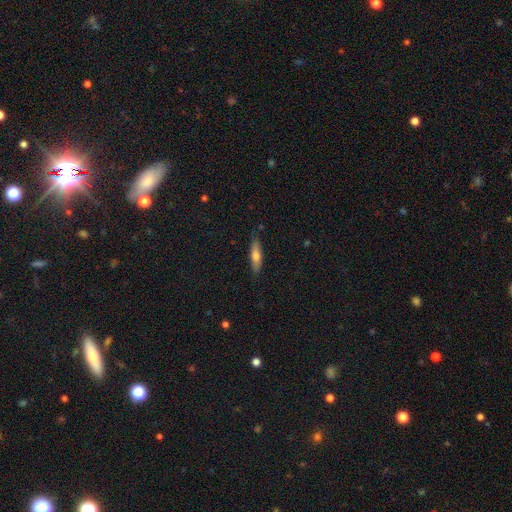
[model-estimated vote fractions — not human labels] A smooth galaxy with no disk features (66%) that is cigar-shaped (67%). Merging: none (84%).